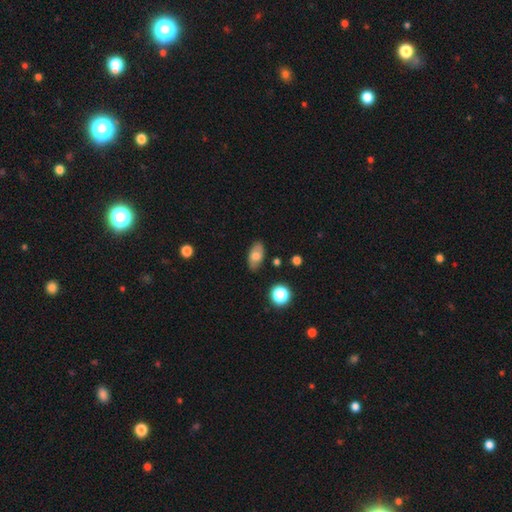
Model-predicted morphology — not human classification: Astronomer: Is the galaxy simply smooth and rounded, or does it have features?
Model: smooth — 66%.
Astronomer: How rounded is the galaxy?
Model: in between — 90%.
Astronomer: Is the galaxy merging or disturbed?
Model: none — 80%.